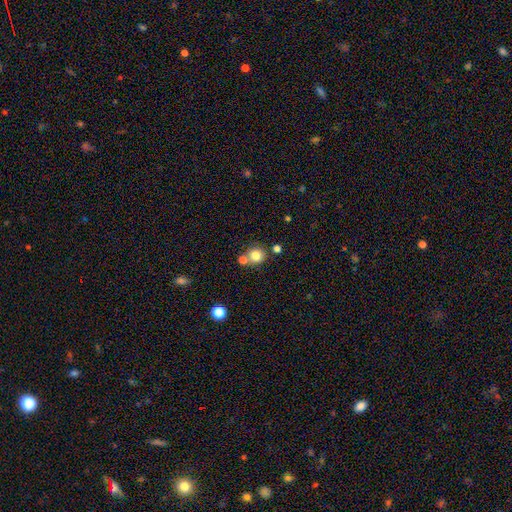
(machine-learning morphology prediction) smooth 81%, star or artifact 12%, featured or disk 7%. Down the decision tree: how rounded — round (85%); merging — none (65%).